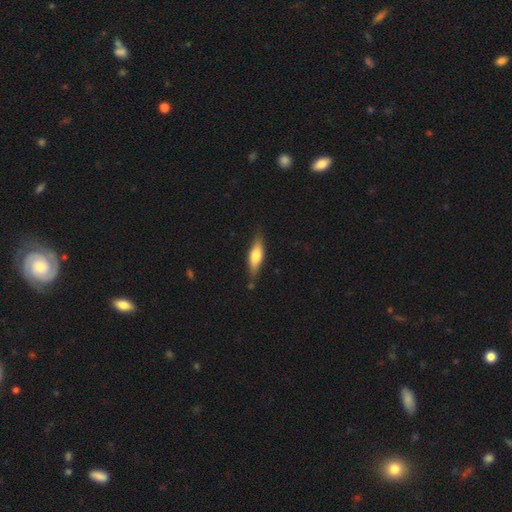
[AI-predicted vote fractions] This appears to be a smooth galaxy with no disk features (59%) that is cigar-shaped (49%, tied with in between). Merging: none (79%).